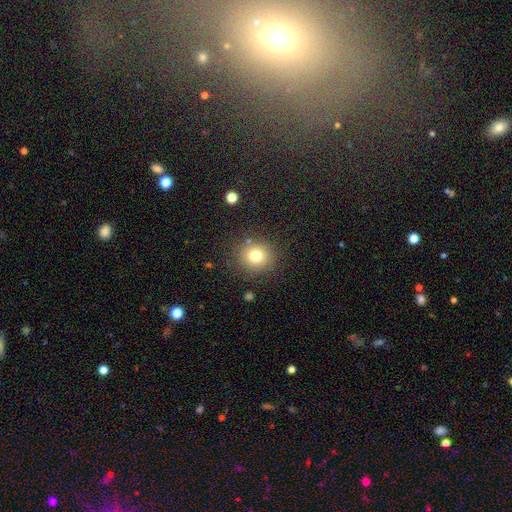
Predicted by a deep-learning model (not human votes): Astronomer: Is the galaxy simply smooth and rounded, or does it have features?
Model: smooth — 76%.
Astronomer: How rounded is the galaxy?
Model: round — 90%.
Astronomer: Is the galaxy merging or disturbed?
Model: none — 85%.